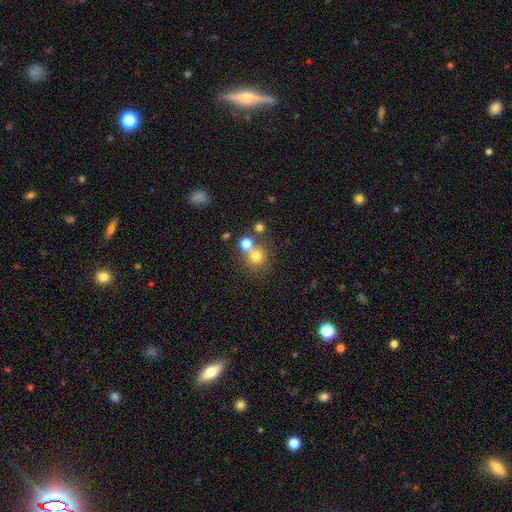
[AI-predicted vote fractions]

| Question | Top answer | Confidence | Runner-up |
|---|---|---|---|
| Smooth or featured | smooth | 73% | star or artifact (15%) |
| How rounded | round | 87% | in between (12%) |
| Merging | none | 54% | merger (34%) |